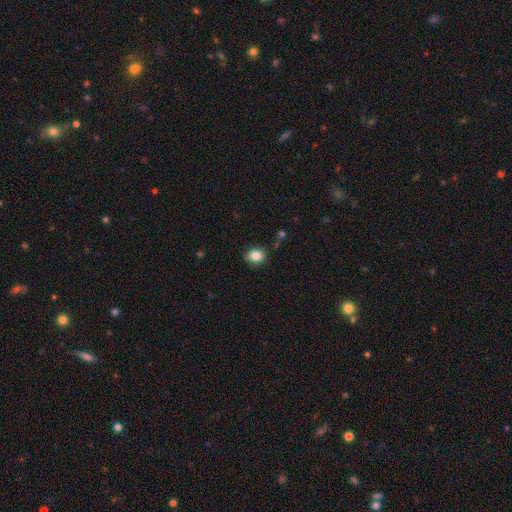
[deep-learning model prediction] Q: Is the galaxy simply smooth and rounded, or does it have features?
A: smooth — 83%.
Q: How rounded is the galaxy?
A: round — 50%.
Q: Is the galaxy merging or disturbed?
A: none — 84%.